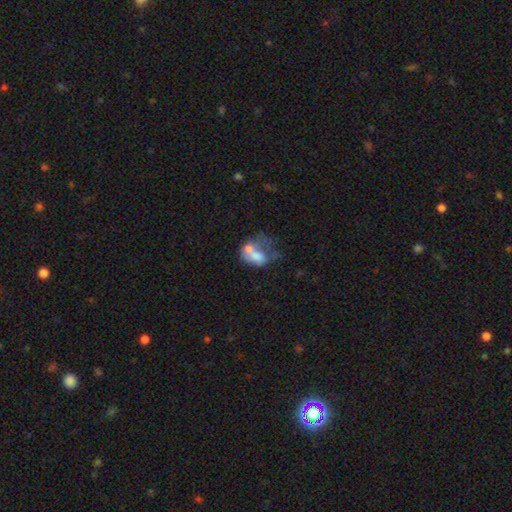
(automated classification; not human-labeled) A smooth galaxy with no disk features (52%) that is in between round and cigar-shaped (71%). Merging: merger (54%).